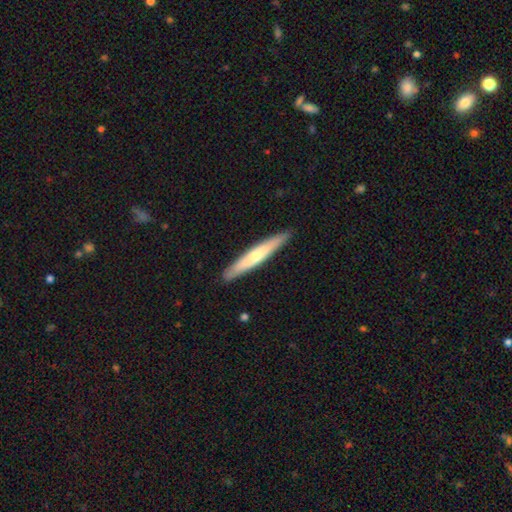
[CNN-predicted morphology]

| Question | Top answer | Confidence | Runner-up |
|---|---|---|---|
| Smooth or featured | smooth | 51% | featured or disk (44%) |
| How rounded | cigar-shaped | 94% | in between (4%) |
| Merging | none | 90% | minor disturbance (7%) |